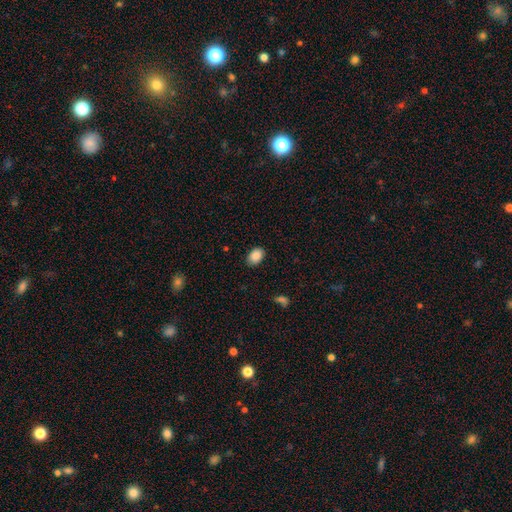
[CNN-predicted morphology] This appears to be a smooth galaxy with no disk features (89%) that is in between round and cigar-shaped (83%). Merging: none (86%).